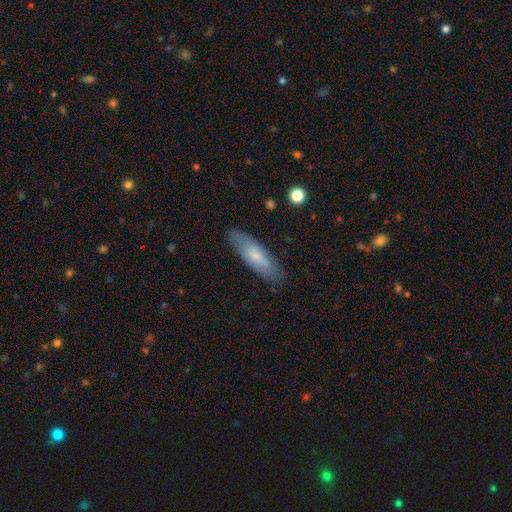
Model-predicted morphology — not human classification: Smooth or featured?
  - smooth: 67% *
  - featured or disk: 27%
  - star or artifact: 6%
How rounded?
  - cigar-shaped: 53% *
  - in between: 46%
  - round: 2%
Merging?
  - none: 83% *
  - minor disturbance: 13%
  - major disturbance: 3%
  - merger: 1%